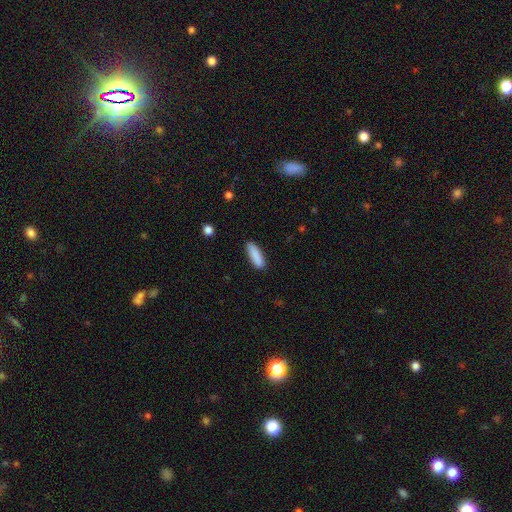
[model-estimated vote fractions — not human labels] Q: Smooth or featured?
A: smooth (89%); runner-up: star or artifact (6%)
Q: How rounded?
A: cigar-shaped (53%); runner-up: in between (46%)
Q: Merging?
A: none (88%); runner-up: minor disturbance (9%)